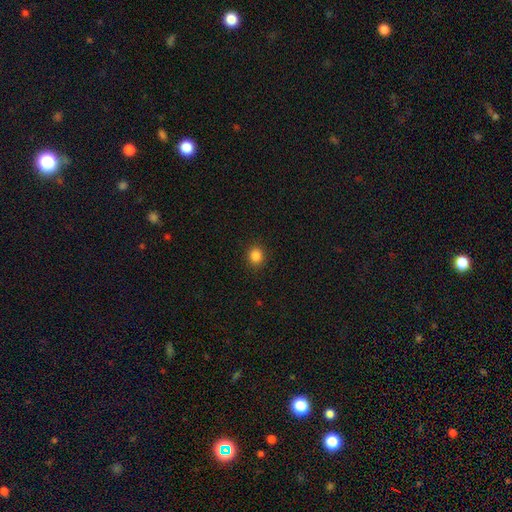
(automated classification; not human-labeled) A smooth galaxy with no disk features (86%) that is round (83%). Merging: none (91%).